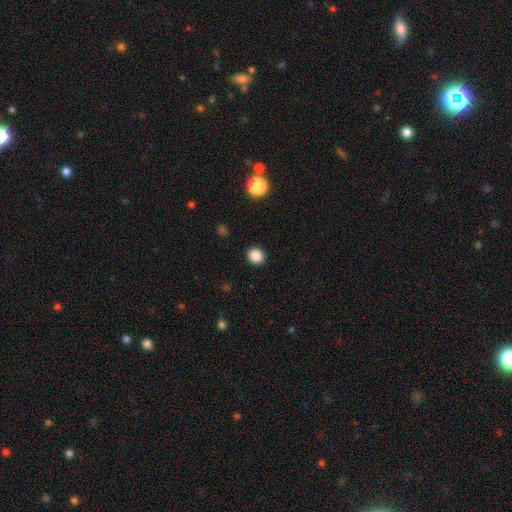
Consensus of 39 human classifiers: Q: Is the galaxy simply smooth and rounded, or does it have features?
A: smooth — 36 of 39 (92%).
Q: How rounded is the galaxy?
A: round — 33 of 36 (92%).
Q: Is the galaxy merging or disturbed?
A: none — 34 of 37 (92%).